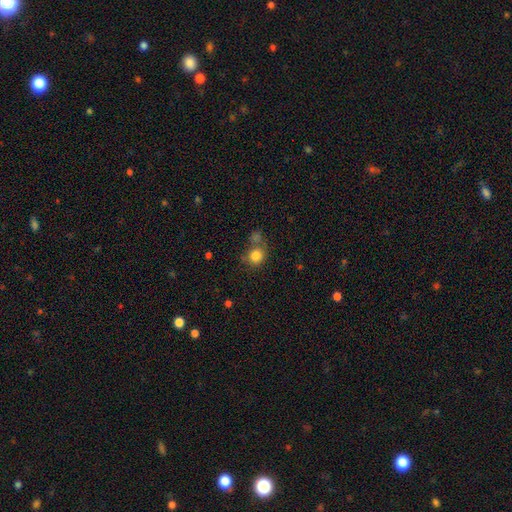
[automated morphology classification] type=smooth (83%); roundness=round (81%); merging=none (57%).